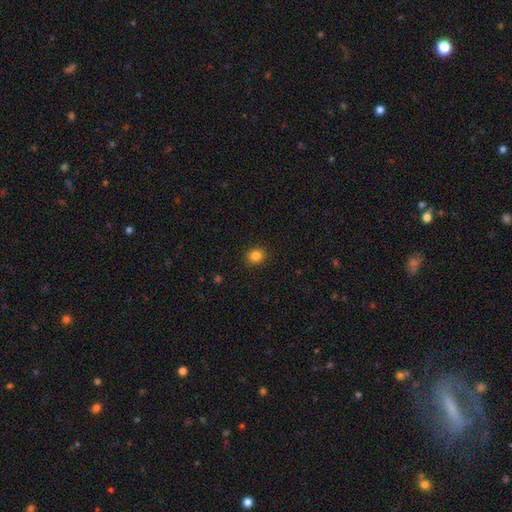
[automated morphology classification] Smooth or featured? smooth (84%)
How rounded? round (77%)
Merging? none (90%)